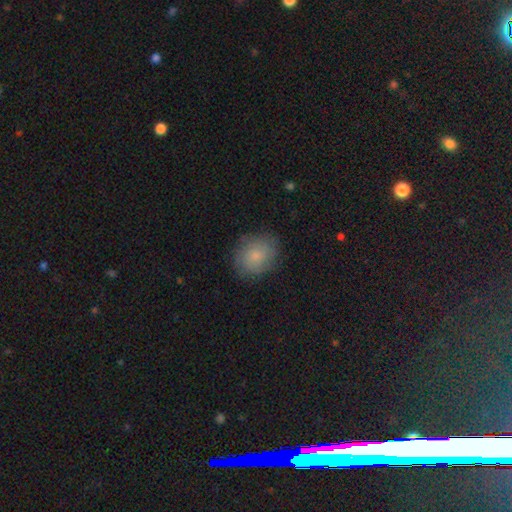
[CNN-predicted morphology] Smooth or featured? smooth (79%)
How rounded? round (63%)
Merging? none (81%)